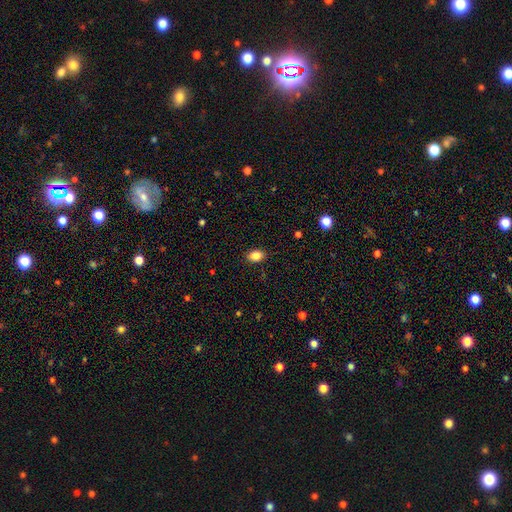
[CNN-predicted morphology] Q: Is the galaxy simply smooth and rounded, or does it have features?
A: smooth — 86%.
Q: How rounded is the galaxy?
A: in between — 80%.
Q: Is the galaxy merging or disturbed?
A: none — 88%.